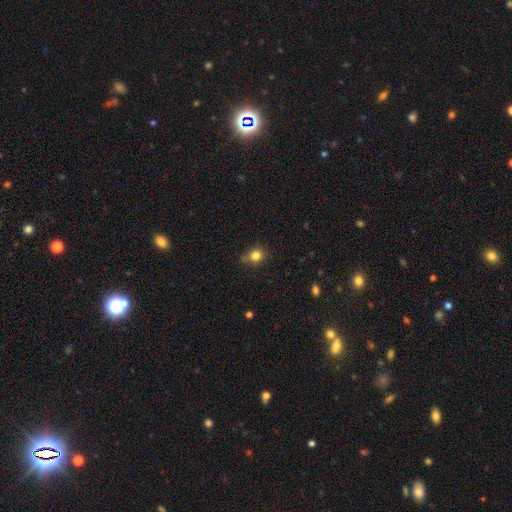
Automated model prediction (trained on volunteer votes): Q: Smooth or featured?
A: smooth (82%); runner-up: star or artifact (12%)
Q: How rounded?
A: round (77%); runner-up: in between (22%)
Q: Merging?
A: none (71%); runner-up: minor disturbance (21%)